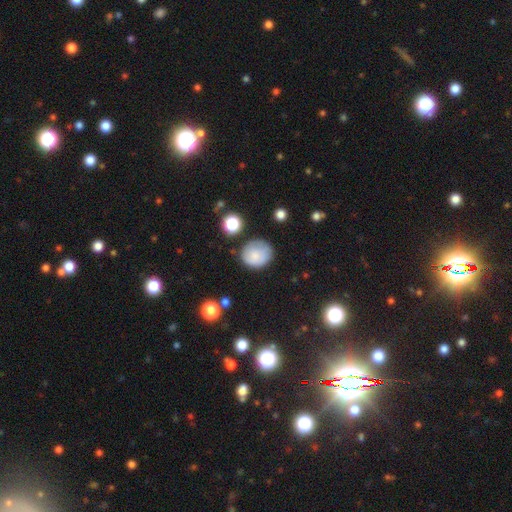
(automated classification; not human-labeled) This is likely a smooth galaxy (77%). How rounded: likely round (77%). Merging: likely none (69%).